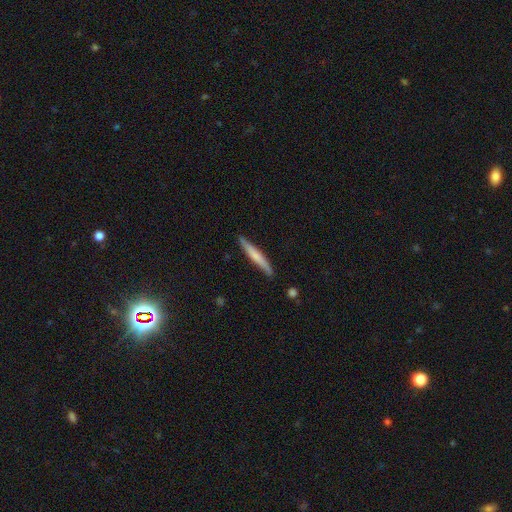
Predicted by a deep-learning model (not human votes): Smooth or featured? Predicted: smooth (p=0.59). How rounded? Predicted: cigar-shaped (p=0.95). Merging? Predicted: none (p=0.88).